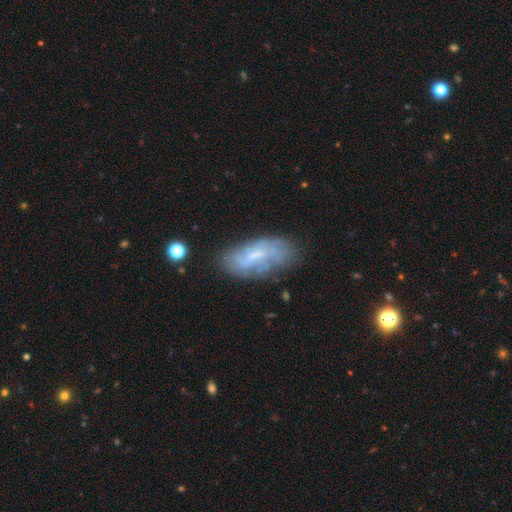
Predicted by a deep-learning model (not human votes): Q: Smooth or featured?
A: featured or disk (58%); runner-up: smooth (34%)
Q: Edge-on disk?
A: no (89%); runner-up: yes (11%)
Q: Bar?
A: weak (49%); runner-up: no (37%)
Q: Spiral arms?
A: yes (65%); runner-up: no (35%)
Q: Bulge size?
A: small (51%); runner-up: moderate (23%)
Q: Merging?
A: none (65%); runner-up: minor disturbance (22%)